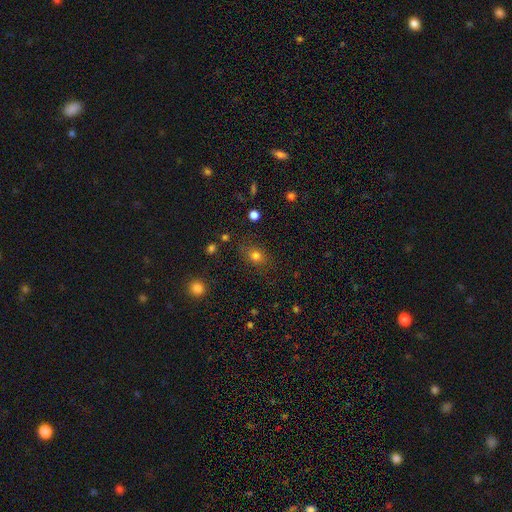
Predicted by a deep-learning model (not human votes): Smooth or featured? smooth (78%)
How rounded? round (51%)
Merging? none (81%)